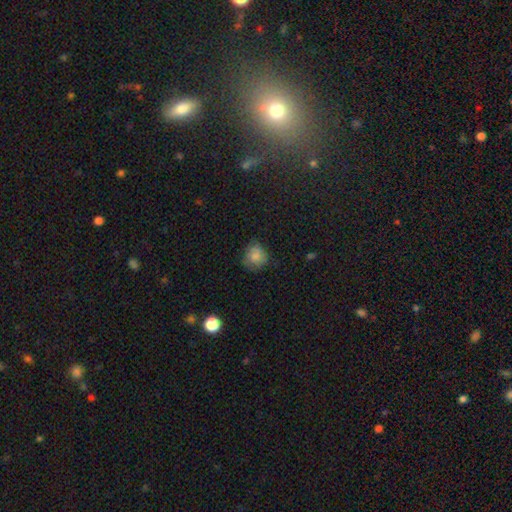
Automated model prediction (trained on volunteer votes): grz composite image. It shows a smooth galaxy with no disk features (78%) that is round (80%). Merging: none (65%).